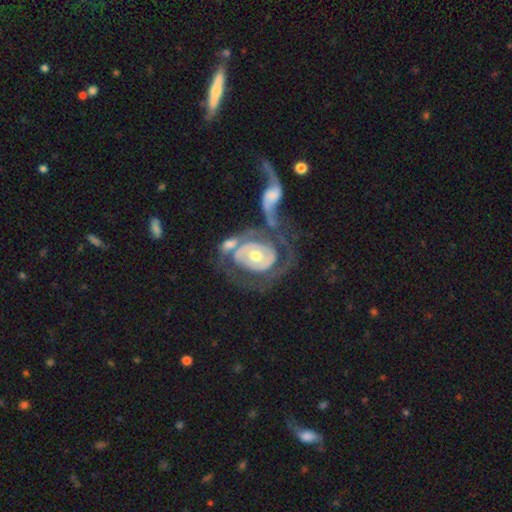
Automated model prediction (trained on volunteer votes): Overall: featured or disk (78%). Edge-on disk: no (96%). Bar: no (71%). Spiral arms: yes (66%; no 34%). Bulge size: moderate (71%). Merging: merger (37%; none 27%).